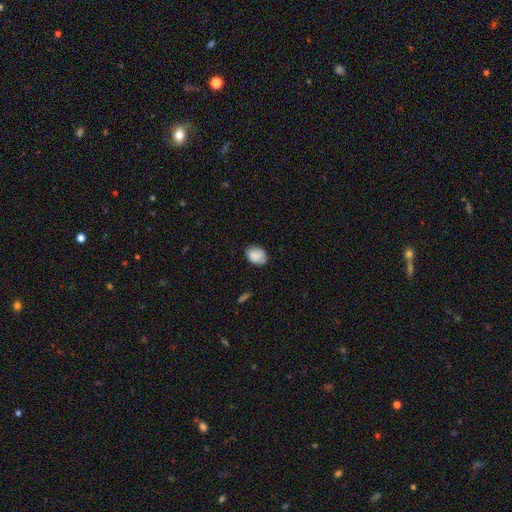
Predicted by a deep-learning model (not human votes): Overall: smooth (84%). How rounded: in between (79%). Merging: none (75%).